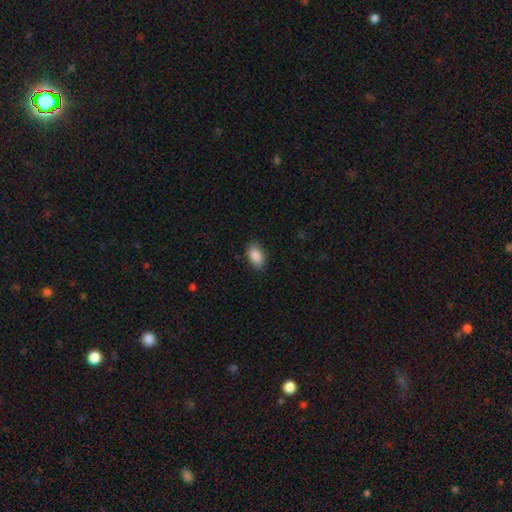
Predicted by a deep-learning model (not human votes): Smooth or featured: smooth — 89% (star or artifact — 7%)
How rounded: in between — 90% (round — 8%)
Merging: none — 83% (minor disturbance — 13%)